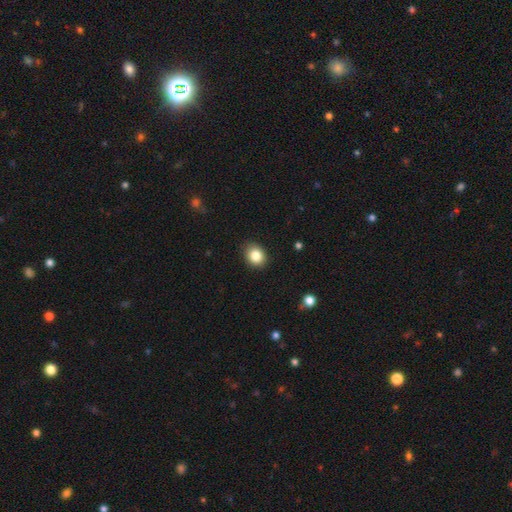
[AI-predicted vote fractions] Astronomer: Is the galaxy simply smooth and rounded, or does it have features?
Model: smooth — 85%.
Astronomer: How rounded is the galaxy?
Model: round — 50% (runner-up: in between, 49%).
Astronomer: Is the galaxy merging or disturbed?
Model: none — 87%.